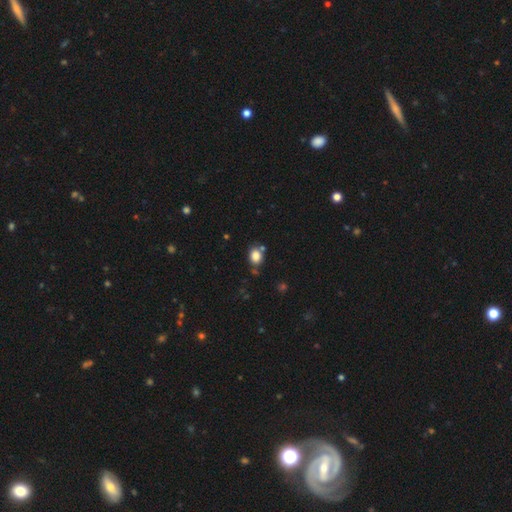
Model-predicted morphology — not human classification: Smooth or featured: smooth — 84% (star or artifact — 11%)
How rounded: in between — 52% (round — 47%)
Merging: none — 69% (minor disturbance — 16%)